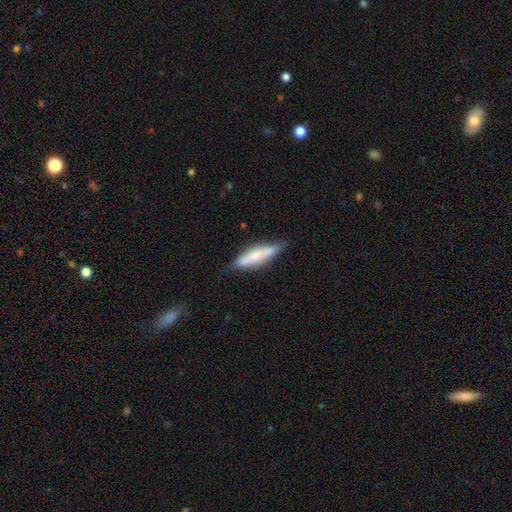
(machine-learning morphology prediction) A smooth galaxy with no disk features (53%) that is cigar-shaped (74%). Merging: none (70%).